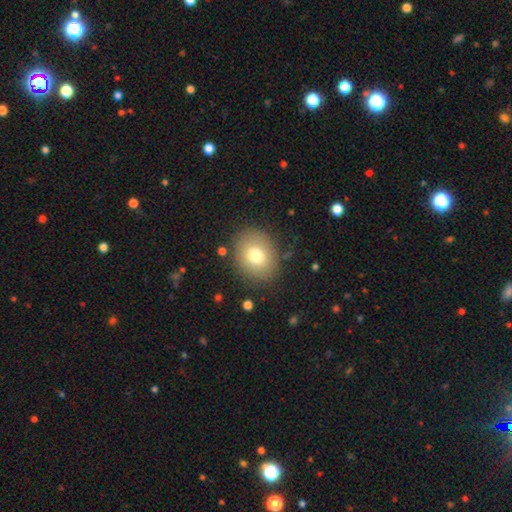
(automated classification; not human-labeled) Smooth or featured? smooth (76%)
How rounded? round (57%)
Merging? none (83%)